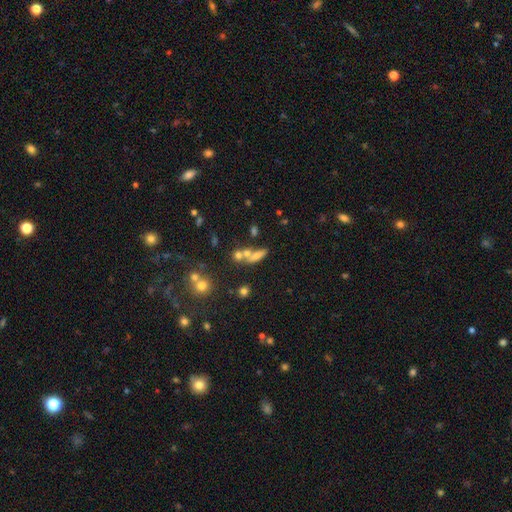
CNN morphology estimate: smooth_or_featured: smooth (p=0.55) [alt: featured or disk p=0.26]
how_rounded: in between (p=0.52) [alt: cigar-shaped p=0.32]
merging: none (p=0.41) [alt: merger p=0.38]